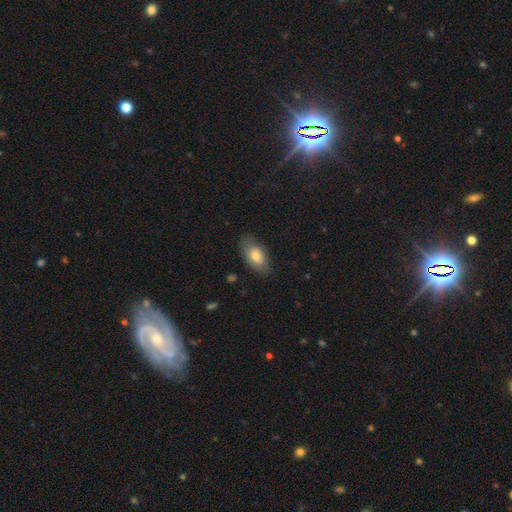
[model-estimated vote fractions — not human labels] This appears to be a smooth galaxy with no disk features (78%) that is in between round and cigar-shaped (92%). Merging: none (77%).